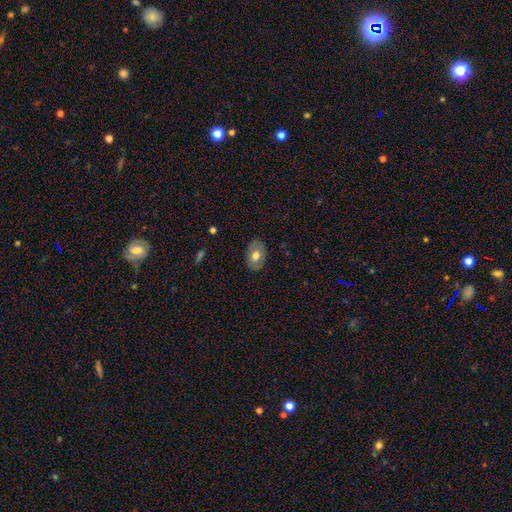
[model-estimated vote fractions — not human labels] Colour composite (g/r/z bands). It shows a smooth galaxy with no disk features (67%) that is in between round and cigar-shaped (81%). Merging: none (83%).